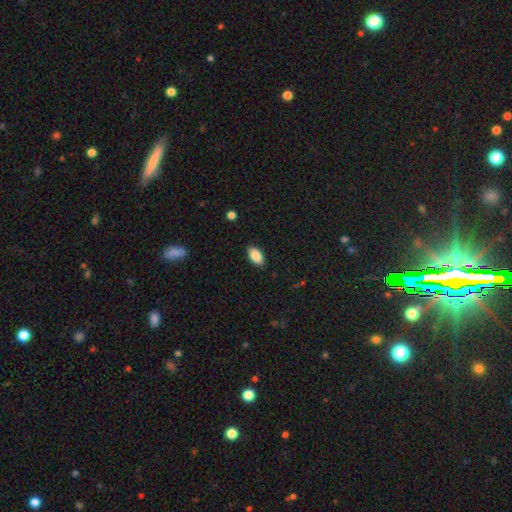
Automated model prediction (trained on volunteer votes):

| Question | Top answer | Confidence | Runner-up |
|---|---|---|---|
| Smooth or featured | smooth | 86% | featured or disk (7%) |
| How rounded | in between | 93% | cigar-shaped (4%) |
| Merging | none | 87% | minor disturbance (10%) |